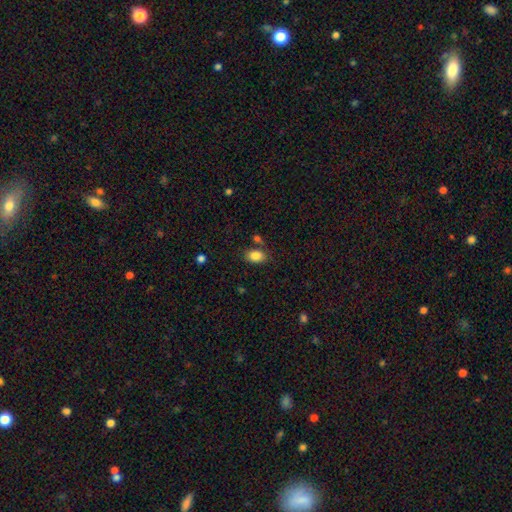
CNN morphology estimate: A smooth galaxy with no disk features (85%) that is in between round and cigar-shaped (83%). Merging: none (74%).